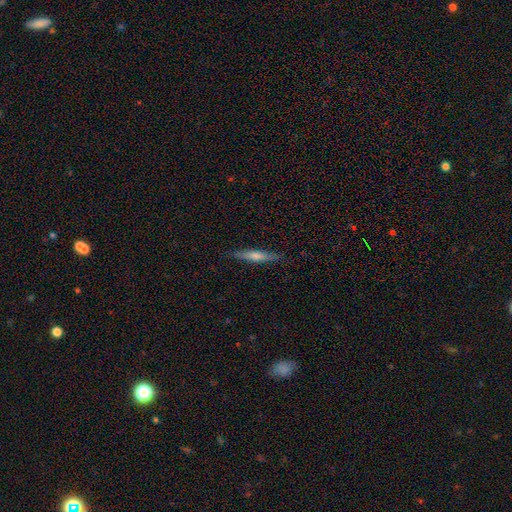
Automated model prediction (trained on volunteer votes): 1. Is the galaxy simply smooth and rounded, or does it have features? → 53% featured or disk, 41% smooth, 6% star or artifact.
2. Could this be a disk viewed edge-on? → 97% yes, 3% no.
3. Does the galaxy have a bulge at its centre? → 63% rounded, 23% none, 13% boxy.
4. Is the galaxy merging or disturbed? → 90% none, 7% minor disturbance, 2% major disturbance, 1% merger.